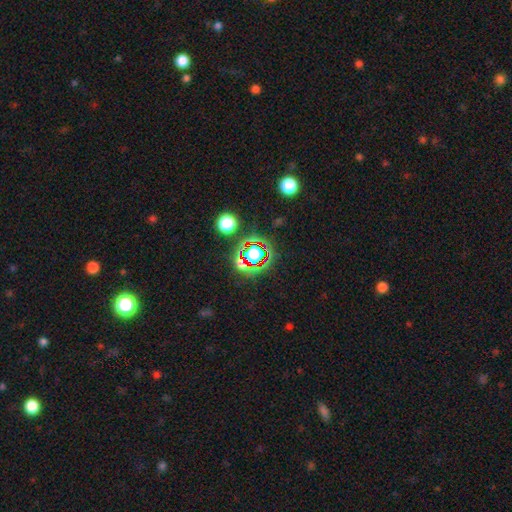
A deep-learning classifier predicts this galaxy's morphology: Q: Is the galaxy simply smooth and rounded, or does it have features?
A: star or artifact — 77%.